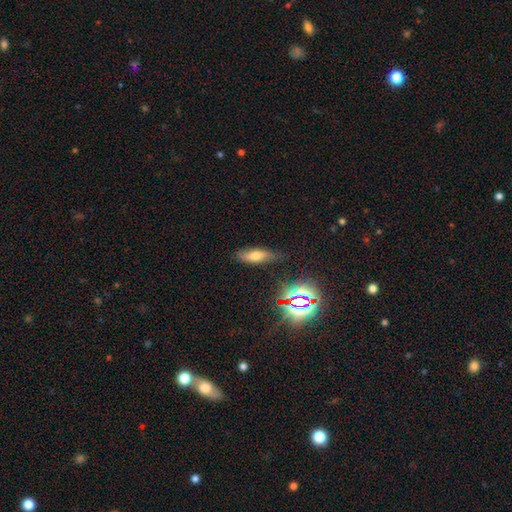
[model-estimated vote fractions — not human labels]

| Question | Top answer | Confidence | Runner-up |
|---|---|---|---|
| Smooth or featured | smooth | 59% | featured or disk (22%) |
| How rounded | in between | 59% | cigar-shaped (36%) |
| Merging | none | 79% | minor disturbance (16%) |